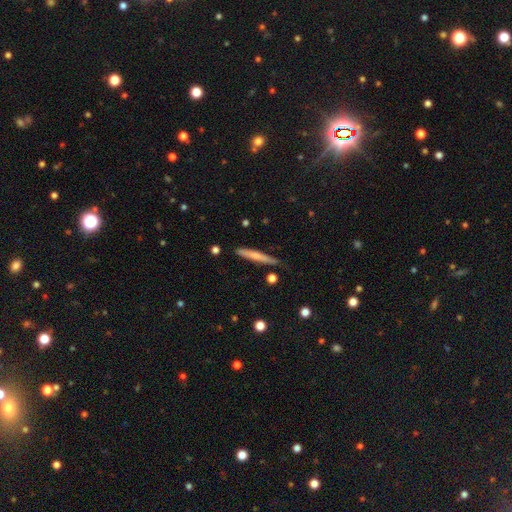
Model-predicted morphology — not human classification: Overall: smooth (63%; featured or disk 31%). How rounded: cigar-shaped (95%). Merging: none (80%).